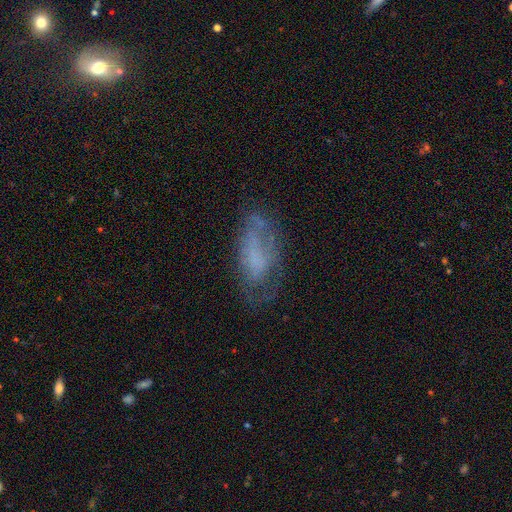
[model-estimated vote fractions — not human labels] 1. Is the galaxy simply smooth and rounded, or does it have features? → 47% featured or disk, 43% smooth, 11% star or artifact.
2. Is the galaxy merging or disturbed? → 50% none, 27% minor disturbance, 21% major disturbance, 3% merger.